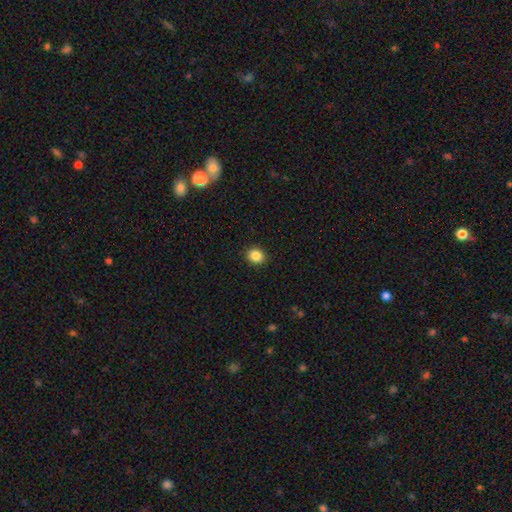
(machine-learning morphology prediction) A smooth galaxy with no disk features (86%) that is round (67%).

Vote fractions:
- Smooth or featured? smooth: 86% / star or artifact: 10% / featured or disk: 4%
- How rounded? round: 67% / in between: 32% / cigar-shaped: 1%
- Merging? none: 91% / minor disturbance: 6% / major disturbance: 2% / merger: 1%